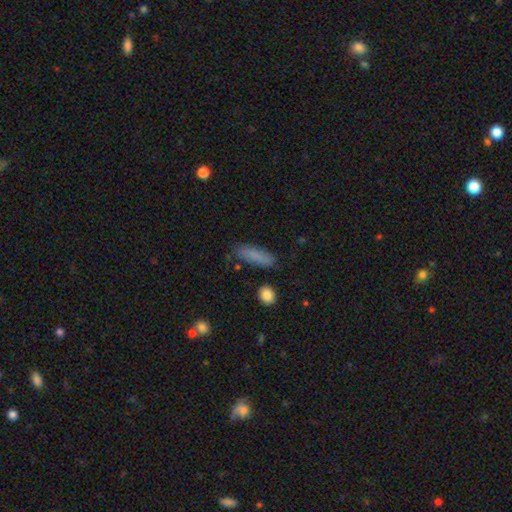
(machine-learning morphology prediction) type=smooth (83%); roundness=cigar-shaped (60%); merging=none (81%).